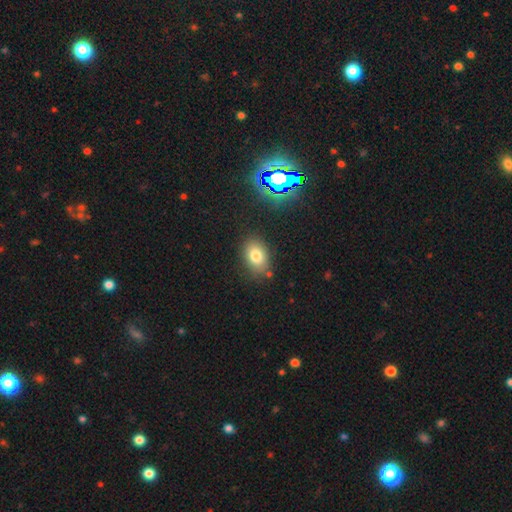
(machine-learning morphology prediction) The model was most divided on "how rounded": in between: 75%, round: 24%, cigar-shaped: 1%. More confident: merging — none (80%); smooth or featured — smooth (77%).